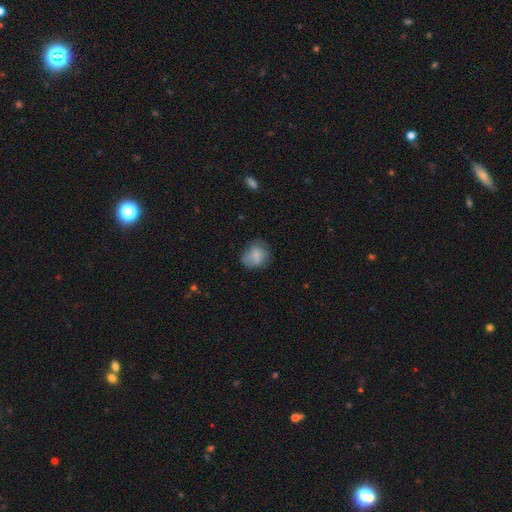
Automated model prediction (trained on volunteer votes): Q: Smooth or featured?
A: smooth (78%); runner-up: featured or disk (14%)
Q: How rounded?
A: round (59%); runner-up: in between (39%)
Q: Merging?
A: none (59%); runner-up: minor disturbance (27%)